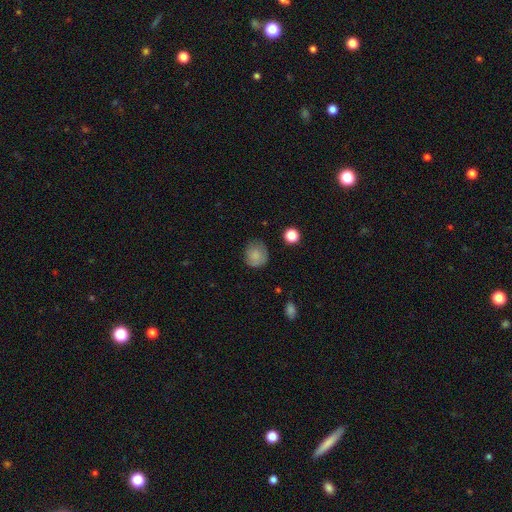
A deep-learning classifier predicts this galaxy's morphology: The model was most divided on "merging": none: 76%, minor disturbance: 18%, major disturbance: 5%, merger: 1%. More confident: how rounded — round (85%); smooth or featured — smooth (83%).